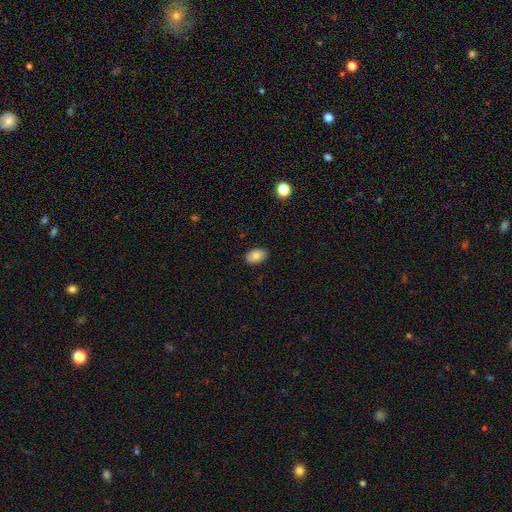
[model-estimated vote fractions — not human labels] Morphology: type=smooth (78%); roundness=in between (89%); merging=none (86%).